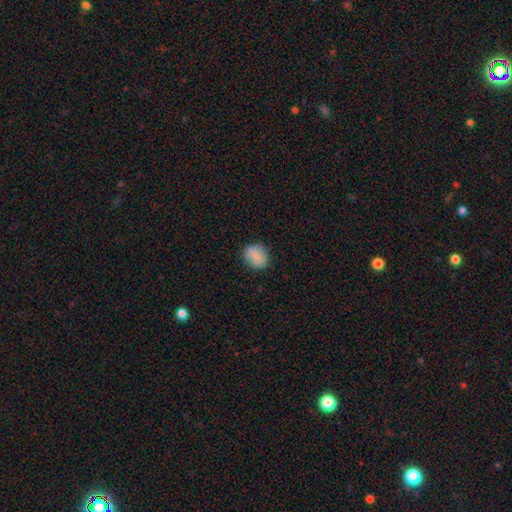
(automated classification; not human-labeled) smooth-or-featured: smooth: 82% | featured or disk: 10% | star or artifact: 8%
  how-rounded: round: 61% | in between: 38% | cigar-shaped: 1%
  merging: none: 82% | minor disturbance: 13% | major disturbance: 3% | merger: 1%